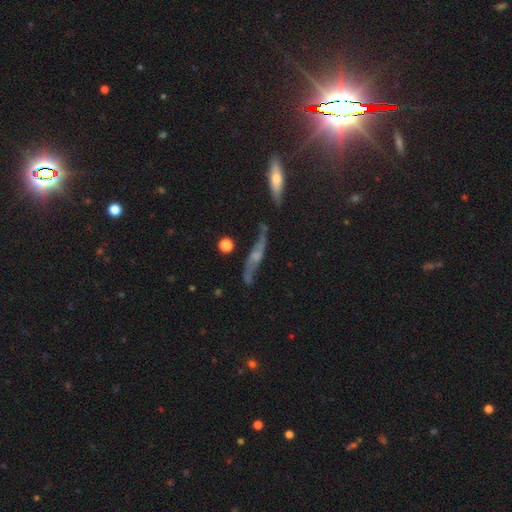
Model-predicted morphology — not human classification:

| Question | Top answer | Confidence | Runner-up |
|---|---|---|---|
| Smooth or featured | featured or disk | 76% | smooth (14%) |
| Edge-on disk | no | 54% | yes (46%) |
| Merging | none | 67% | minor disturbance (20%) |